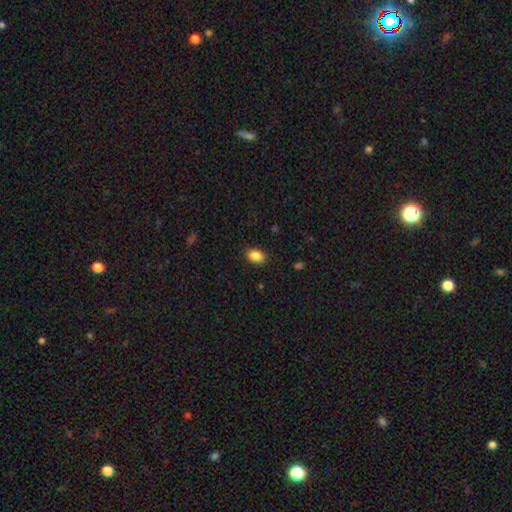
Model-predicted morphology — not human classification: Smooth or featured?
  - smooth: 87% *
  - star or artifact: 9%
  - featured or disk: 4%
How rounded?
  - in between: 80% *
  - round: 19%
  - cigar-shaped: 1%
Merging?
  - none: 88% *
  - minor disturbance: 8%
  - major disturbance: 2%
  - merger: 1%